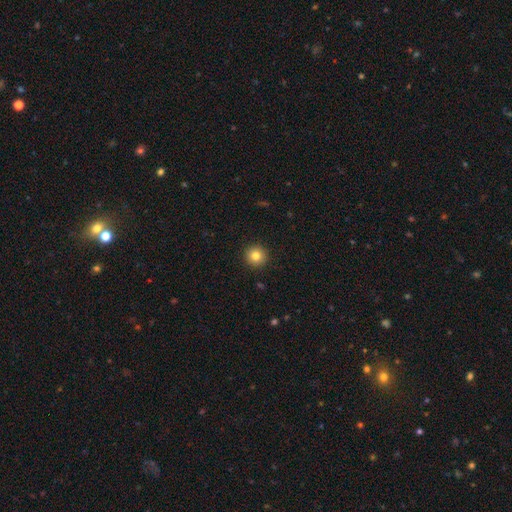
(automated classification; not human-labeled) smooth 82%, star or artifact 11%, featured or disk 8%. Down the decision tree: how rounded — round (95%); merging — none (93%).